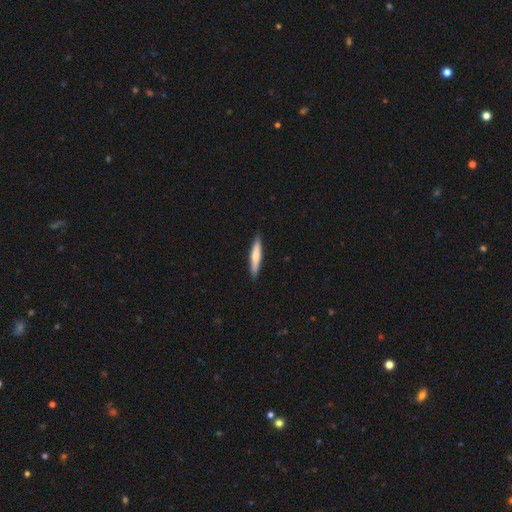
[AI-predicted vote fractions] A smooth galaxy with no disk features (64%) that is cigar-shaped (89%).

Vote fractions:
- Smooth or featured? smooth: 64% / featured or disk: 31% / star or artifact: 5%
- How rounded? cigar-shaped: 89% / in between: 9% / round: 1%
- Merging? none: 89% / minor disturbance: 8% / major disturbance: 1% / merger: 1%